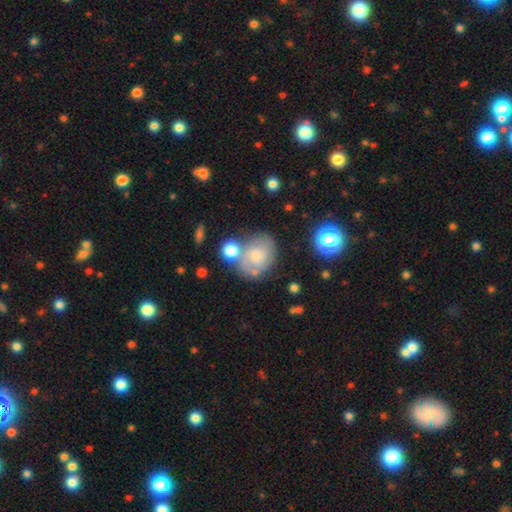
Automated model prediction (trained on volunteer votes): Smooth or featured?
  - smooth: 50% *
  - featured or disk: 40%
  - star or artifact: 10%
Merging?
  - none: 49% *
  - merger: 21%
  - minor disturbance: 20%
  - major disturbance: 10%